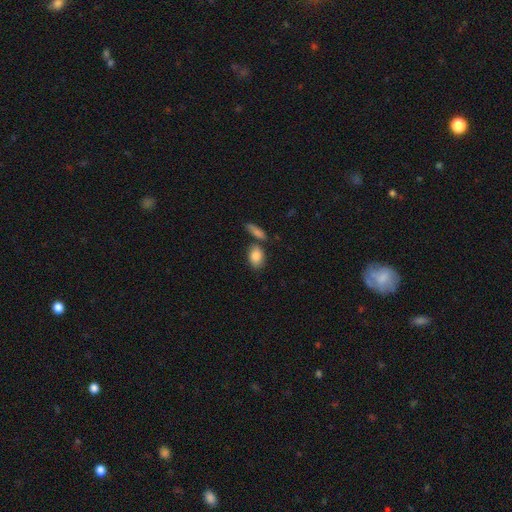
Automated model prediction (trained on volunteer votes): smooth 85%, featured or disk 8%, star or artifact 7%. Down the decision tree: how rounded — in between (81%); merging — none (60%).